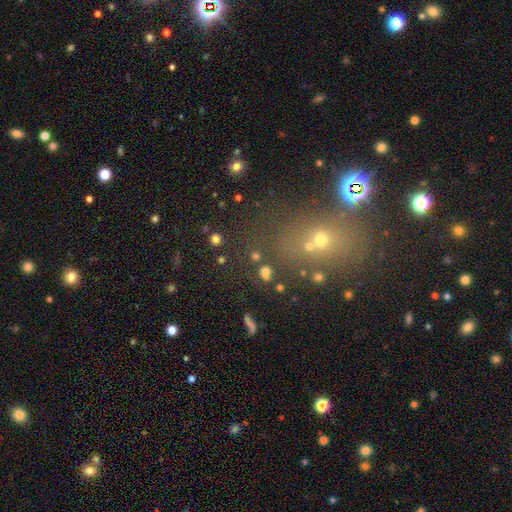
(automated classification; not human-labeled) A star or artifact, not a galaxy (43%, tied with smooth).

Vote fractions:
- Smooth or featured? star or artifact: 43% (tied) / smooth: 43% (tied) / featured or disk: 14%